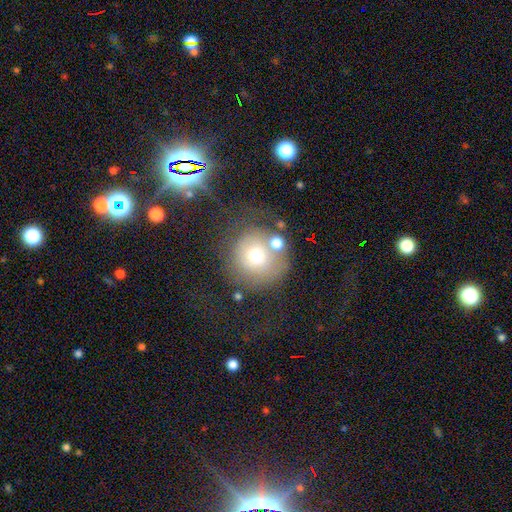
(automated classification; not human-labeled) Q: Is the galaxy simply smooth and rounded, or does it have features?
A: smooth — 63%.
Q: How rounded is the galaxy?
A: round — 92%.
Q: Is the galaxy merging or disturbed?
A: none — 53%.